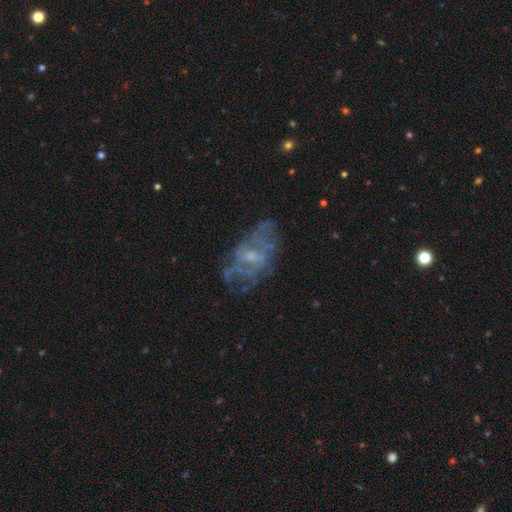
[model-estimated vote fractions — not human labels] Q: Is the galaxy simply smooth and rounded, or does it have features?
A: featured or disk — 61%.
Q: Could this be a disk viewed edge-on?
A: no — 93%.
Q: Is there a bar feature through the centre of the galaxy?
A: no — 52%.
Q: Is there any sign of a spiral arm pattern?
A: yes — 56%.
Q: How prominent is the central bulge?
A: small — 58%.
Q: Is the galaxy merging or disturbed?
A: none — 65%.